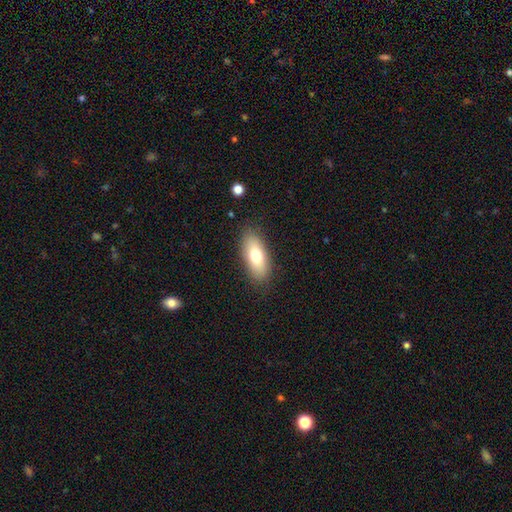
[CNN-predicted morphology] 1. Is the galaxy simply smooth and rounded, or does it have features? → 73% smooth, 20% featured or disk, 8% star or artifact.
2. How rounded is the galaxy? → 83% in between, 14% cigar-shaped, 4% round.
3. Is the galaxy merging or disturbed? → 85% none, 11% minor disturbance, 3% major disturbance, 1% merger.